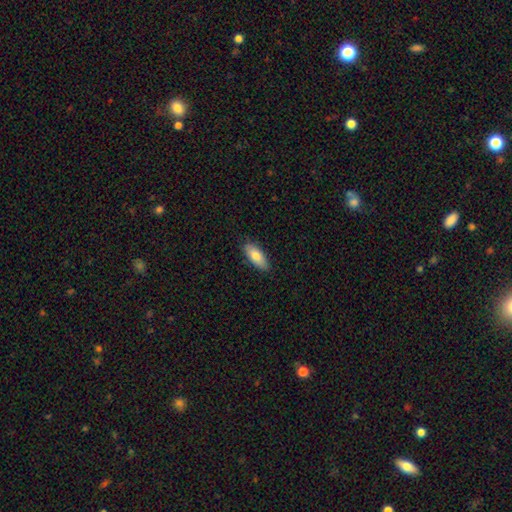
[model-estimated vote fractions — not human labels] Smooth or featured? smooth (80%)
How rounded? in between (82%)
Merging? none (84%)